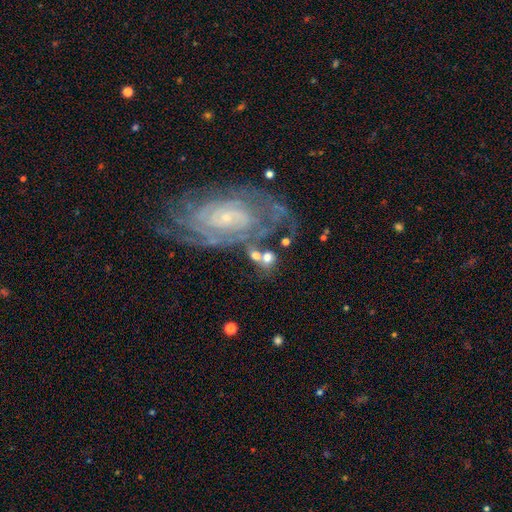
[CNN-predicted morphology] smooth-or-featured: featured or disk: 51% | smooth: 39% | star or artifact: 10%
  disk-edge-on: no: 94% | yes: 6%
  merging: none: 49% | merger: 25% | minor disturbance: 16% | major disturbance: 11%